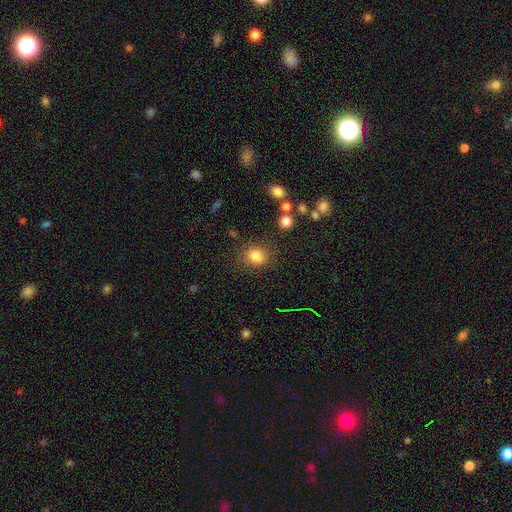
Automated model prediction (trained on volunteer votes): Smooth or featured? Predicted: smooth (p=0.79). How rounded? Predicted: round (p=0.60). Merging? Predicted: none (p=0.65).